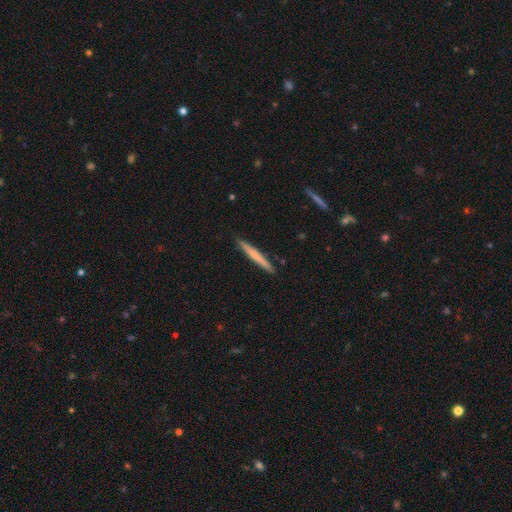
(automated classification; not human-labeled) A smooth galaxy with no disk features (63%) that is cigar-shaped (97%). Merging: none (91%).